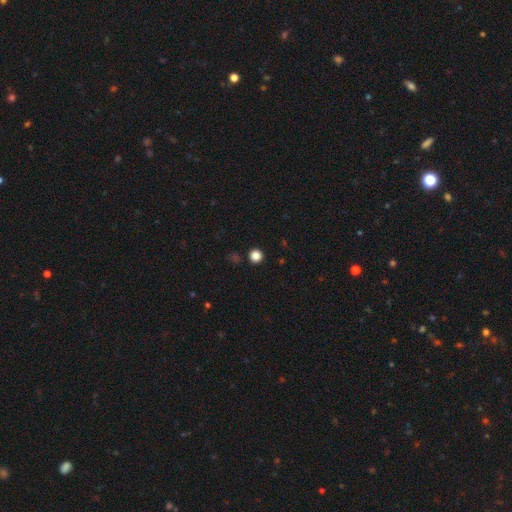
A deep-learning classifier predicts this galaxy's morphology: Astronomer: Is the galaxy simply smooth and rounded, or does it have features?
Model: smooth — 85%.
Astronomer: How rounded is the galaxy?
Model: round — 95%.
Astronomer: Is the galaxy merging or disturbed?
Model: none — 92%.